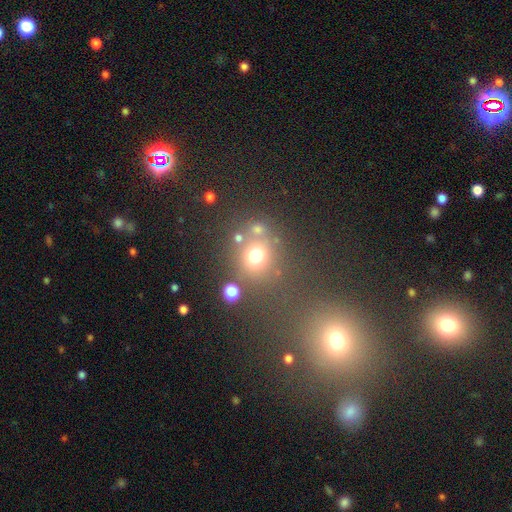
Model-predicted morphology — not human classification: type=smooth (67%); roundness=round (83%); merging=none (67%).